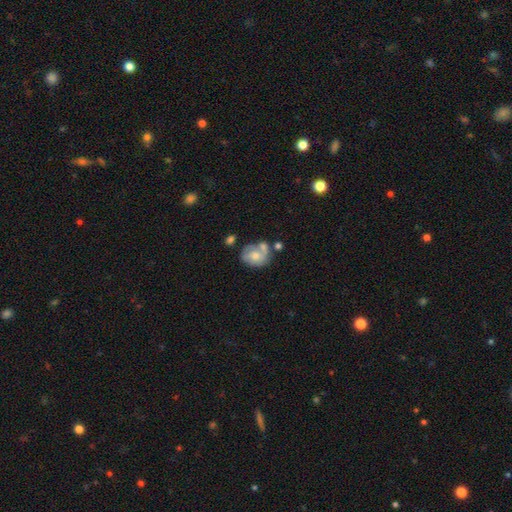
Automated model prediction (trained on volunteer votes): A smooth galaxy with no disk features (51%) that is round (51%).

Vote fractions:
- Smooth or featured? smooth: 51% / featured or disk: 42% / star or artifact: 7%
- How rounded? round: 51% / in between: 48% / cigar-shaped: 1%
- Merging? none: 40% / merger: 27% / minor disturbance: 22% / major disturbance: 11%